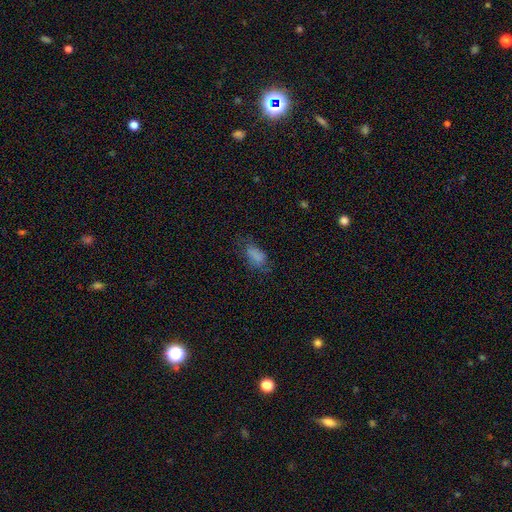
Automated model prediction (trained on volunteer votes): smooth_or_featured: smooth (p=0.73) [alt: featured or disk p=0.14]
how_rounded: in between (p=0.88) [alt: cigar-shaped p=0.07]
merging: none (p=0.50) [alt: minor disturbance p=0.28]